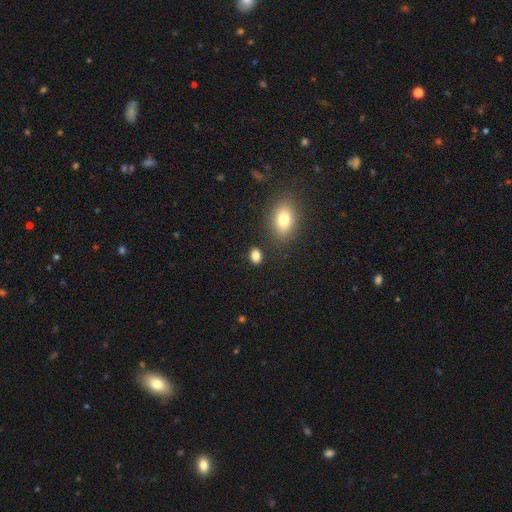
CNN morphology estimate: Smooth or featured? smooth (84%)
How rounded? in between (65%)
Merging? none (84%)